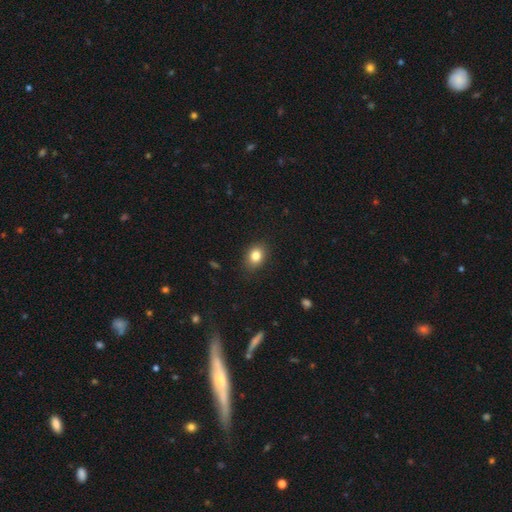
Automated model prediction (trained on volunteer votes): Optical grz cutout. It shows a smooth galaxy with no disk features (83%) that is in between round and cigar-shaped (58%). Merging: none (87%).